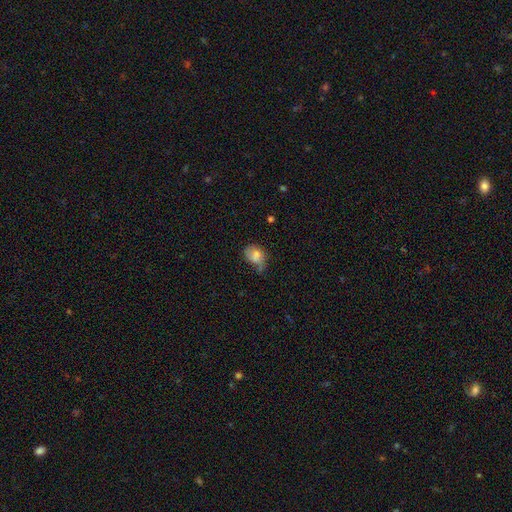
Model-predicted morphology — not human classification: Overall: smooth (68%). How rounded: in between (69%). Merging: minor disturbance (38%; none 34%).